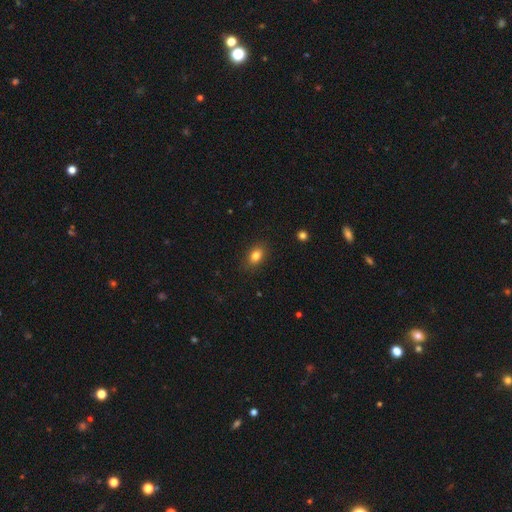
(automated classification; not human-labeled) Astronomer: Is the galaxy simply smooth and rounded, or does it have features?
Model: smooth — 82%.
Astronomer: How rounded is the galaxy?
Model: in between — 79%.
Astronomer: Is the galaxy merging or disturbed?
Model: none — 86%.